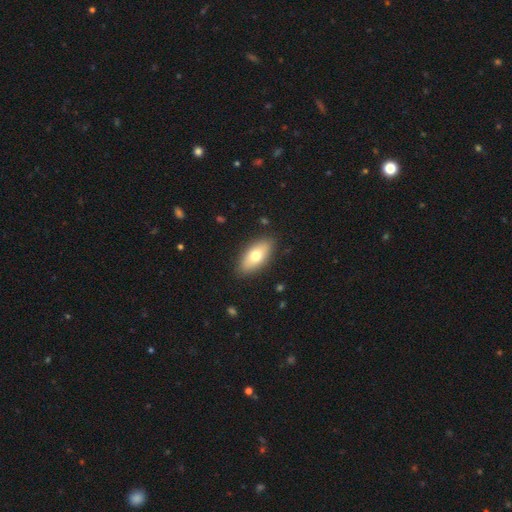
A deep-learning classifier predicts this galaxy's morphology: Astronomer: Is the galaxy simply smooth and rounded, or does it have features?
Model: smooth — 72%.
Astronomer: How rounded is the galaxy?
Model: in between — 88%.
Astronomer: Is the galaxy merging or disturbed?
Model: none — 87%.